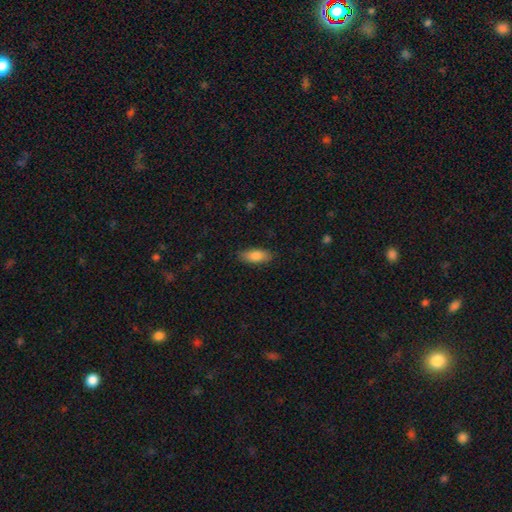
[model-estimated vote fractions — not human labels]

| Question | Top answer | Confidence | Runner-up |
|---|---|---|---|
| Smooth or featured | smooth | 82% | featured or disk (12%) |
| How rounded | in between | 82% | cigar-shaped (16%) |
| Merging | none | 85% | minor disturbance (12%) |